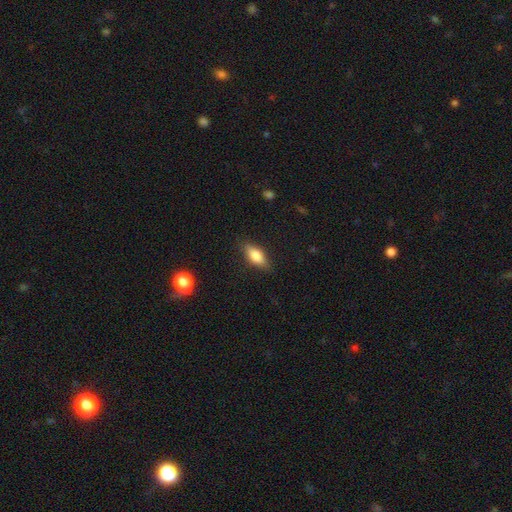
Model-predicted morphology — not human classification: A smooth galaxy with no disk features (76%) that is in between round and cigar-shaped (78%). Merging: none (83%).